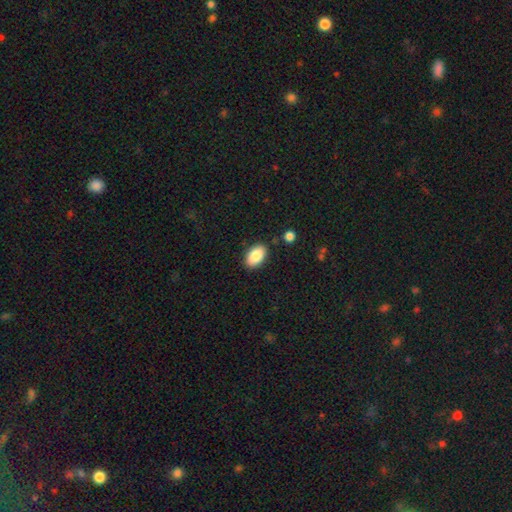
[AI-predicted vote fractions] The model was most divided on "merging": none: 86%, minor disturbance: 9%, merger: 2%, major disturbance: 2%. More confident: how rounded — in between (93%); smooth or featured — smooth (87%).